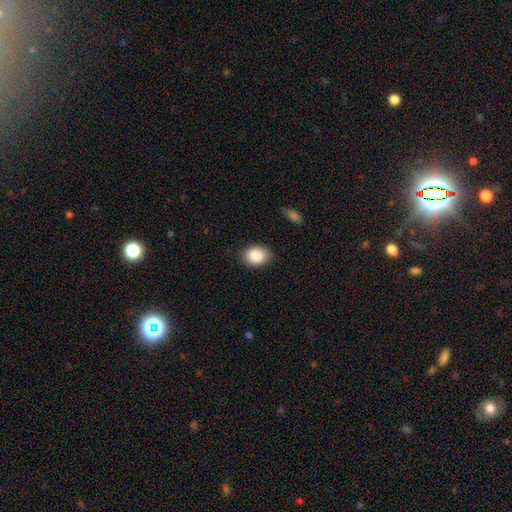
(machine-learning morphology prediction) Smooth or featured? Predicted: smooth (p=0.88). How rounded? Predicted: in between (p=0.64). Merging? Predicted: none (p=0.83).